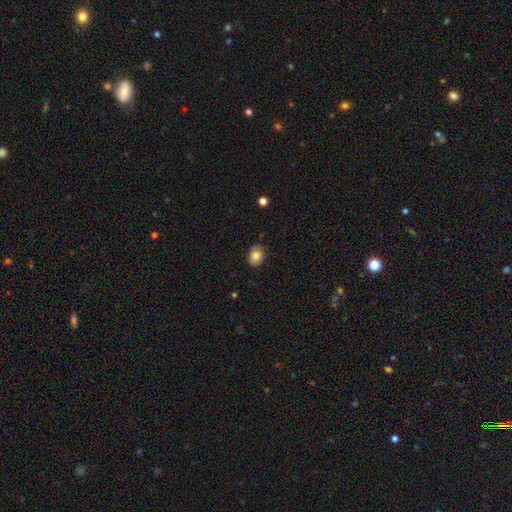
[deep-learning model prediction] This is clearly a smooth galaxy (84%). How rounded: likely in between (62%). Merging: likely none (79%).